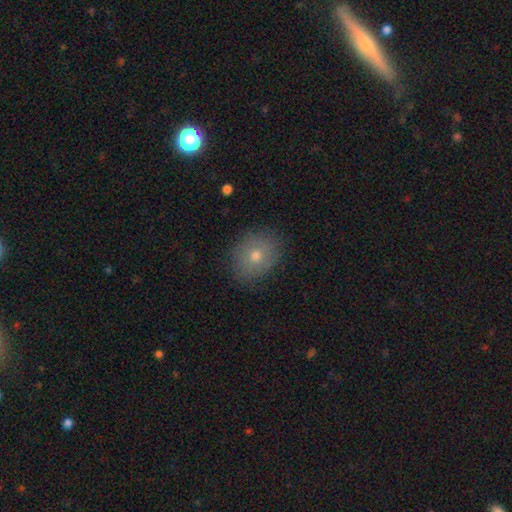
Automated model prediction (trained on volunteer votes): Overall: smooth (71%). How rounded: round (59%; in between 40%). Merging: none (84%).